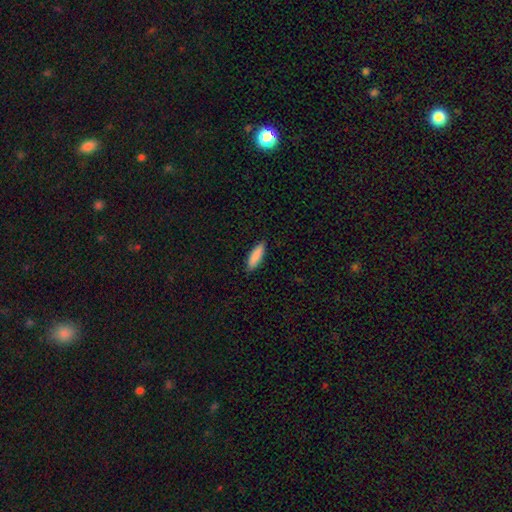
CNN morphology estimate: A smooth galaxy with no disk features (88%) that is cigar-shaped (58%). Merging: none (87%).